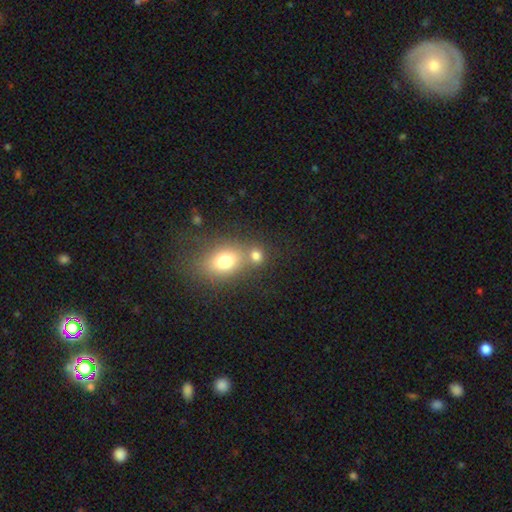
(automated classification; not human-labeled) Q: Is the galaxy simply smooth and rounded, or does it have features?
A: smooth — 77%.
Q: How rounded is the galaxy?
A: round — 66%.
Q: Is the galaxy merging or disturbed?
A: none — 49%.